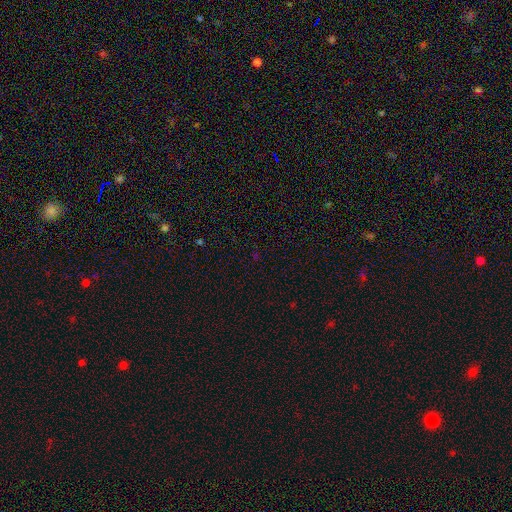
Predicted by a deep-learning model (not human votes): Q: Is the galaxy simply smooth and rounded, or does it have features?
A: star or artifact — 70%.